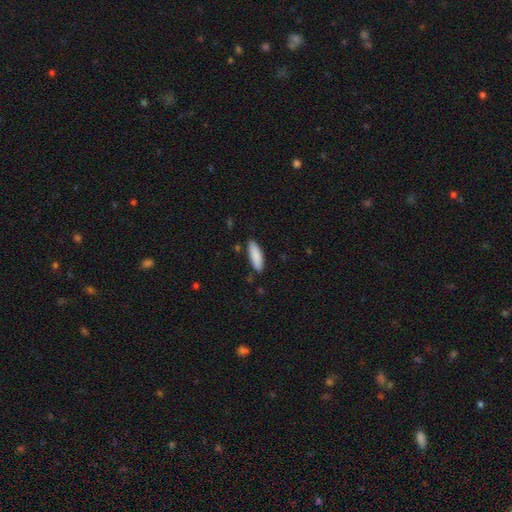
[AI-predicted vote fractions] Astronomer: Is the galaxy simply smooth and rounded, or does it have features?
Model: smooth — 88%.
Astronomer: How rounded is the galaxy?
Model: in between — 56% (runner-up: cigar-shaped, 42%).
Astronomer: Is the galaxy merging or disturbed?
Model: none — 85%.